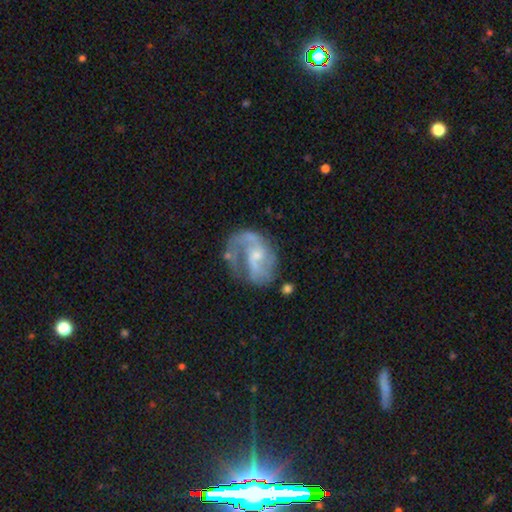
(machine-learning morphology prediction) A featured or disk galaxy (79%) with no bar (50%), 2 (56%) medium (45%) spiral arms (86%) and a small central bulge (56%). Merging: none (46%).